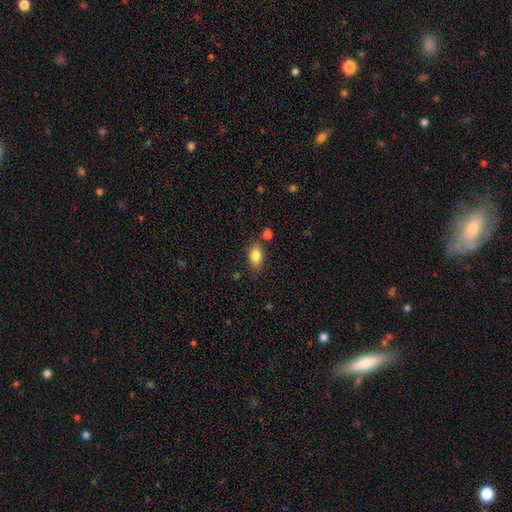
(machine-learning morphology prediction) Smooth or featured? smooth (84%)
How rounded? in between (82%)
Merging? none (75%)